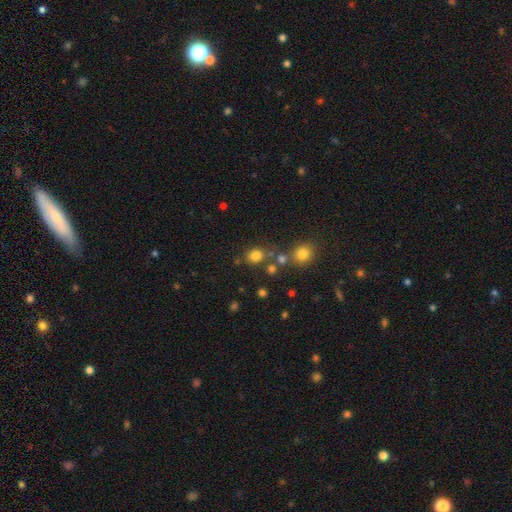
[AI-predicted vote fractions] The model was most divided on "how rounded": round: 63%, in between: 36%, cigar-shaped: 1%. More confident: smooth or featured — smooth (79%); merging — none (72%).